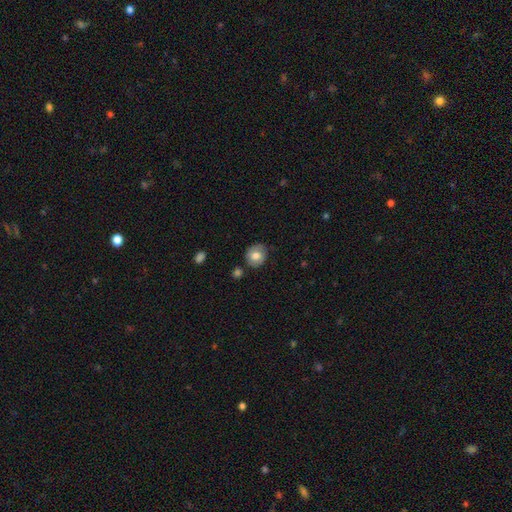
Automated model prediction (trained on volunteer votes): This is likely a smooth galaxy (74%). How rounded: likely round (80%). Merging: likely none (79%).